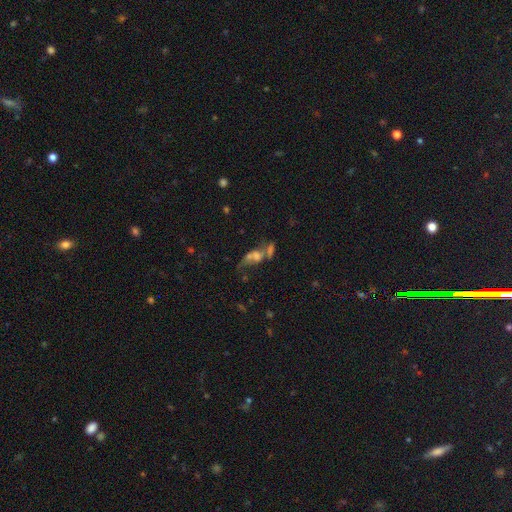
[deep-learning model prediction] A featured or disk galaxy (44%).

Vote fractions:
- Smooth or featured? featured or disk: 44% / smooth: 34% / star or artifact: 22%
- Merging? merger: 50% / none: 23% / major disturbance: 18% / minor disturbance: 10%